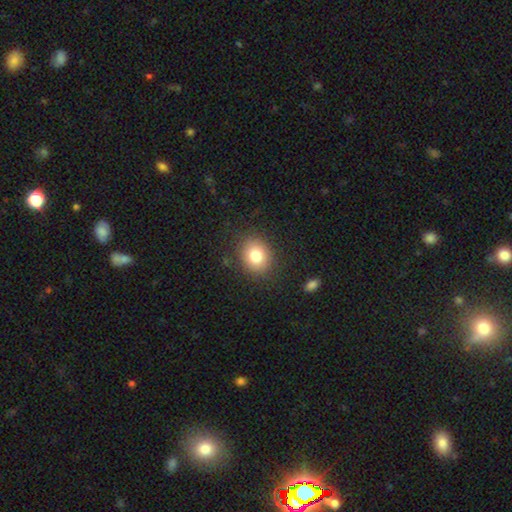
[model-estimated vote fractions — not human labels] smooth_or_featured: smooth (p=0.81) [alt: star or artifact p=0.10]
how_rounded: round (p=0.55) [alt: in between p=0.45]
merging: none (p=0.85) [alt: minor disturbance p=0.10]